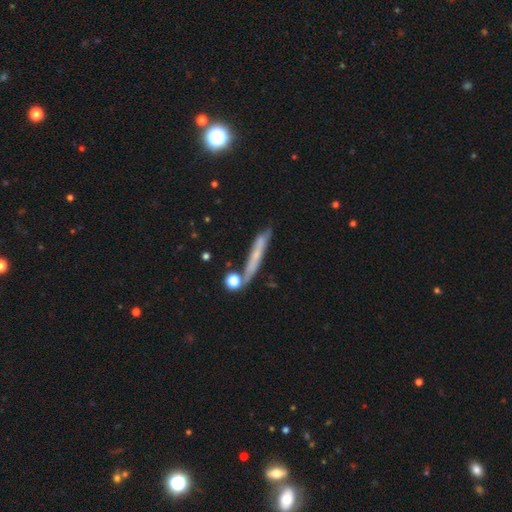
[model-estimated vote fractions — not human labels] Q: Smooth or featured?
A: smooth (46%); runner-up: featured or disk (43%)
Q: Merging?
A: none (68%); runner-up: minor disturbance (18%)